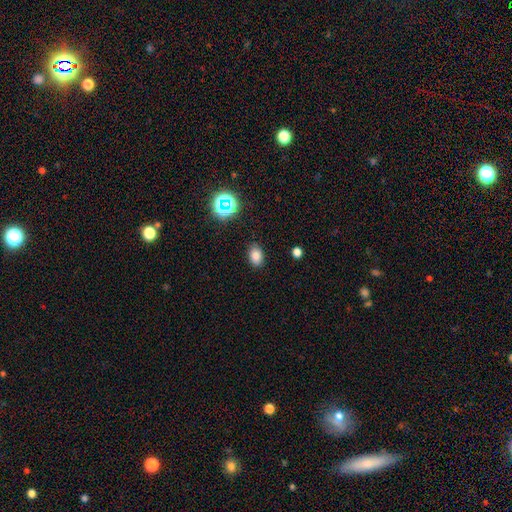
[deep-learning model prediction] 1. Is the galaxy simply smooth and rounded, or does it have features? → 79% smooth, 15% star or artifact, 6% featured or disk.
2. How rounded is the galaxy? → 79% in between, 20% round, 1% cigar-shaped.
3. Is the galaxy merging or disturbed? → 86% none, 10% minor disturbance, 3% major disturbance, 1% merger.